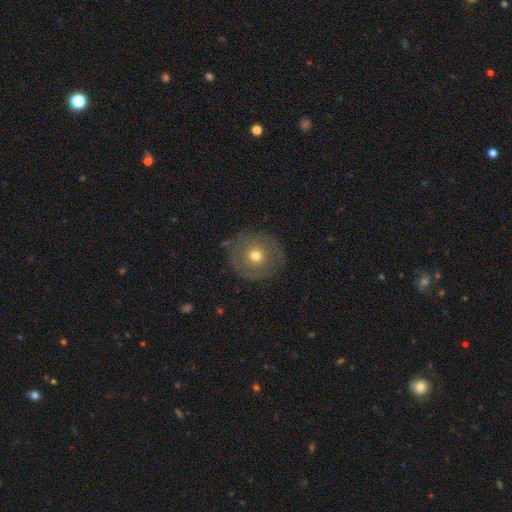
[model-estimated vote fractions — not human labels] Q: Smooth or featured?
A: smooth (60%); runner-up: featured or disk (29%)
Q: How rounded?
A: round (90%); runner-up: in between (9%)
Q: Merging?
A: none (83%); runner-up: minor disturbance (11%)